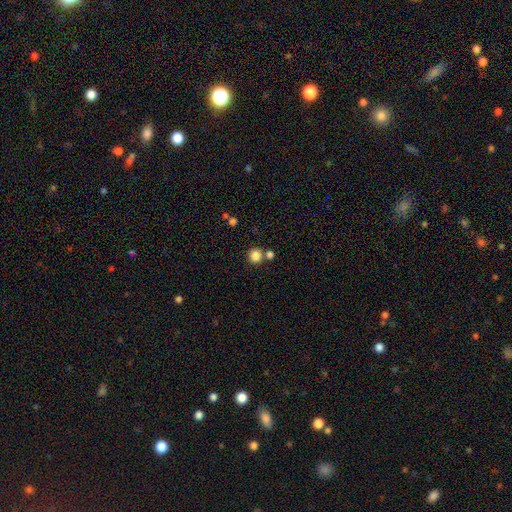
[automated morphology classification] Overall: smooth (84%). How rounded: round (92%). Merging: none (73%).